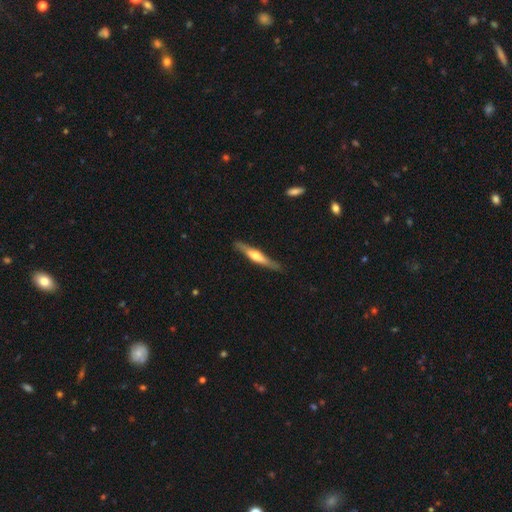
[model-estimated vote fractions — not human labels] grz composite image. It shows a featured or disk galaxy (57%) viewed edge-on (95%) with a rounded central bulge (77%). Merging: none (86%).